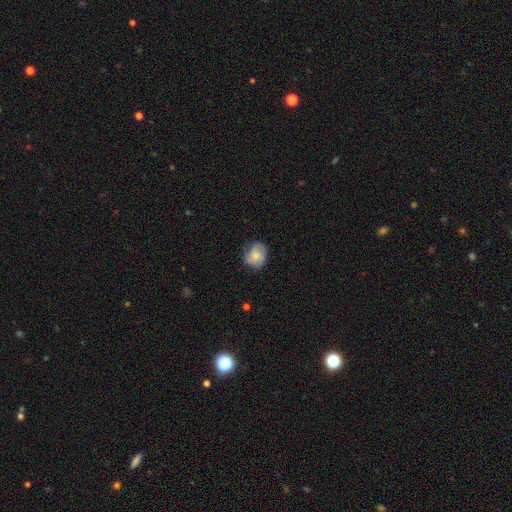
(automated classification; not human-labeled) smooth_or_featured: smooth (p=0.60) [alt: featured or disk p=0.33]
how_rounded: round (p=0.65) [alt: in between p=0.34]
merging: none (p=0.67) [alt: minor disturbance p=0.25]